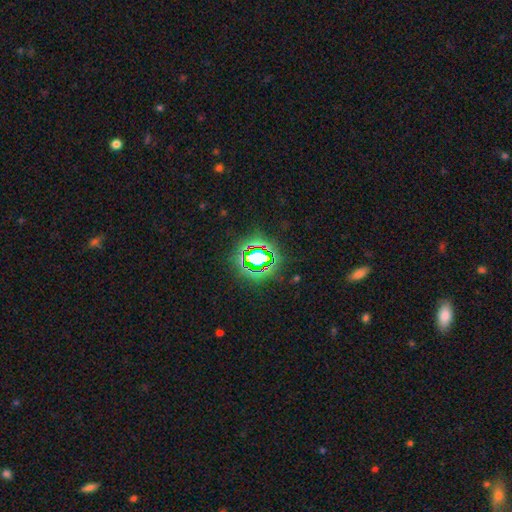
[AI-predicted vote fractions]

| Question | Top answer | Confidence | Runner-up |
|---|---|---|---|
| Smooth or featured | star or artifact | 78% | smooth (14%) |